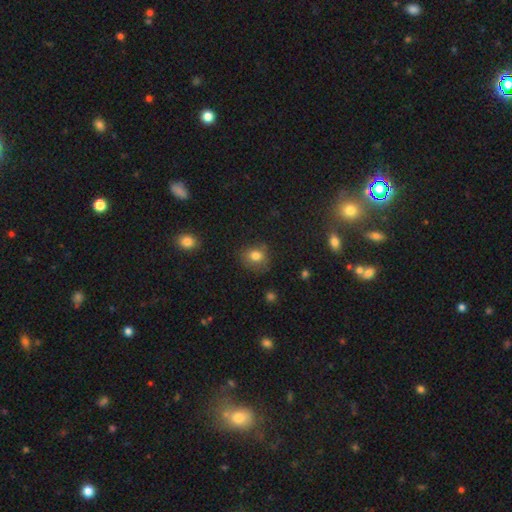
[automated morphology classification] smooth_or_featured: smooth (p=0.80) [alt: star or artifact p=0.12]
how_rounded: round (p=0.66) [alt: in between p=0.33]
merging: none (p=0.75) [alt: minor disturbance p=0.18]